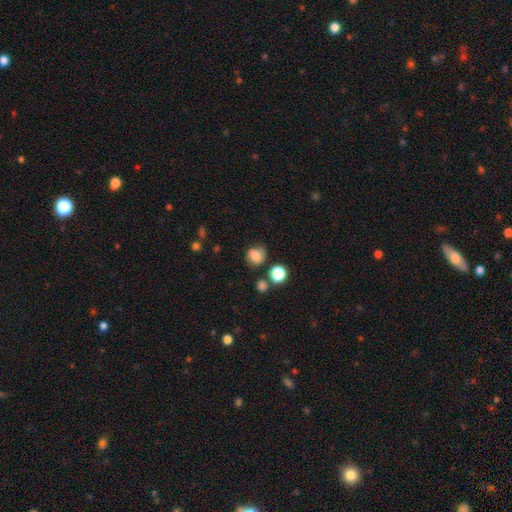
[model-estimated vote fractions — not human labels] smooth_or_featured: smooth (p=0.76) [alt: featured or disk p=0.12]
how_rounded: round (p=0.74) [alt: in between p=0.25]
merging: none (p=0.70) [alt: minor disturbance p=0.18]